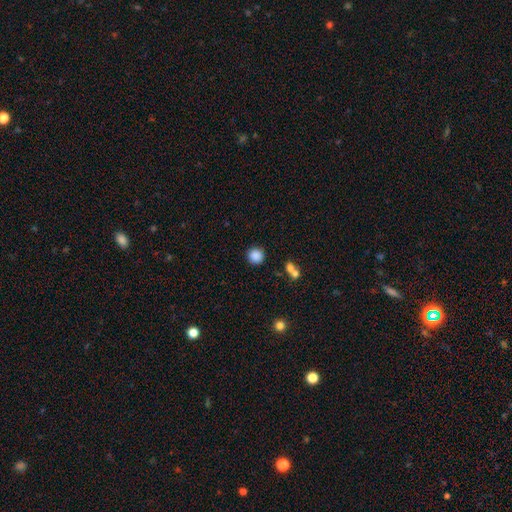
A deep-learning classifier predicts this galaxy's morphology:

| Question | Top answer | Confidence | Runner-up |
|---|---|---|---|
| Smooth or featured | smooth | 86% | star or artifact (10%) |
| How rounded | round | 93% | in between (6%) |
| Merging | none | 85% | minor disturbance (7%) |